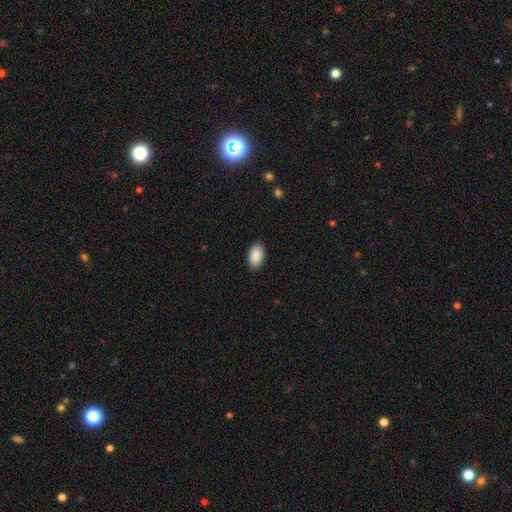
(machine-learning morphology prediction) This is clearly a smooth galaxy (91%). How rounded: clearly in between (95%). Merging: clearly none (89%).